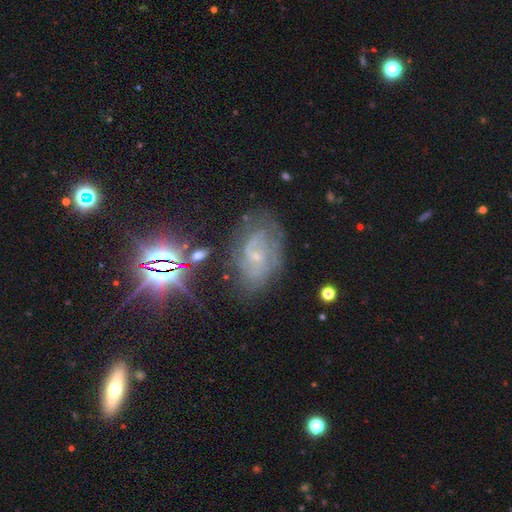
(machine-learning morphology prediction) Smooth or featured? featured or disk (69%)
Edge-on disk? no (95%)
Bar? no (56%)
Spiral arms? yes (87%)
Spiral winding? tight (43%)
Spiral arm count? 2 (44%)
Bulge size? small (75%)
Merging? none (66%)